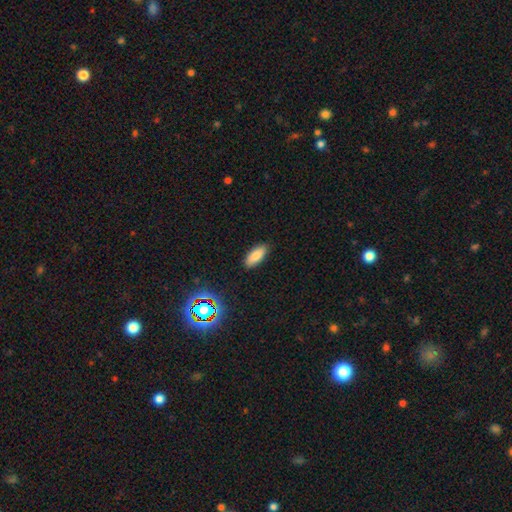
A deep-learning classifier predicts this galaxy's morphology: This is clearly a smooth galaxy (82%). How rounded: likely in between (80%). Merging: clearly none (88%).